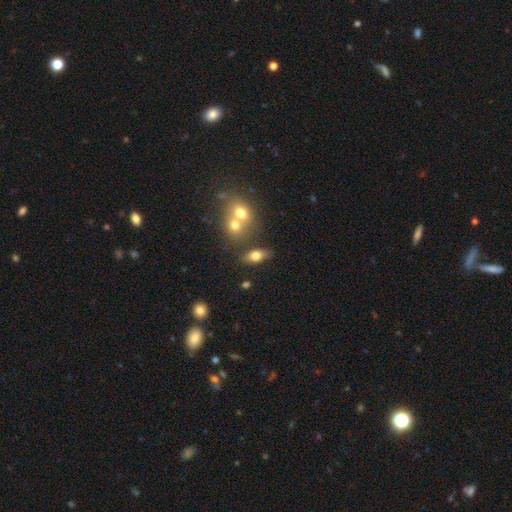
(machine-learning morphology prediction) Smooth or featured?
  - smooth: 72% *
  - featured or disk: 18%
  - star or artifact: 10%
How rounded?
  - in between: 80% *
  - round: 11%
  - cigar-shaped: 9%
Merging?
  - none: 68% *
  - merger: 16%
  - minor disturbance: 12%
  - major disturbance: 4%